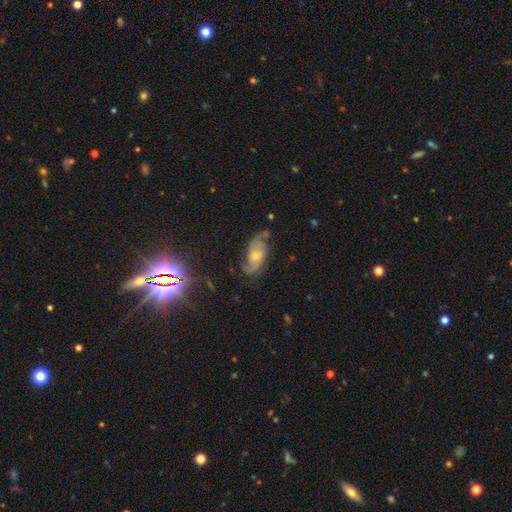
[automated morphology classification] The model was most divided on "bulge size": moderate: 49%, small: 42%, large: 4%, none: 4%, dominant: 1%. Remaining: edge-on disk — no (95%); spiral arms — yes (91%); spiral arm count — 2 (78%); smooth or featured — featured or disk (71%); merging — none (62%); bar — no (61%); spiral winding — medium (45%).